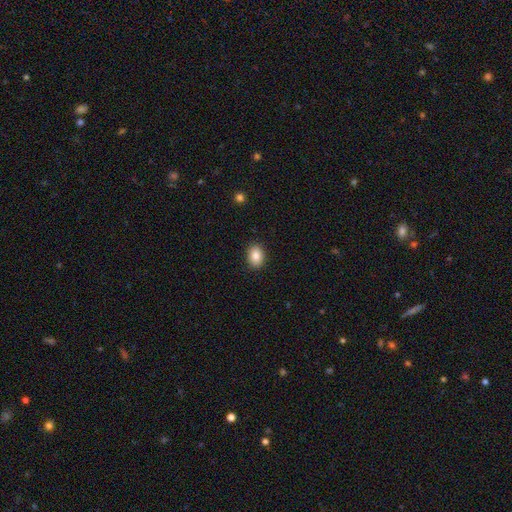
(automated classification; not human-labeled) The model was most divided on "how rounded": in between: 70%, round: 29%, cigar-shaped: 1%. More confident: merging — none (90%); smooth or featured — smooth (86%).